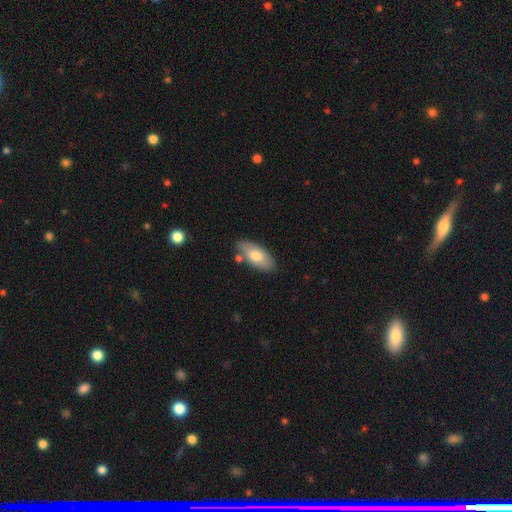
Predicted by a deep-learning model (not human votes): Smooth or featured? smooth (72%)
How rounded? in between (90%)
Merging? none (76%)